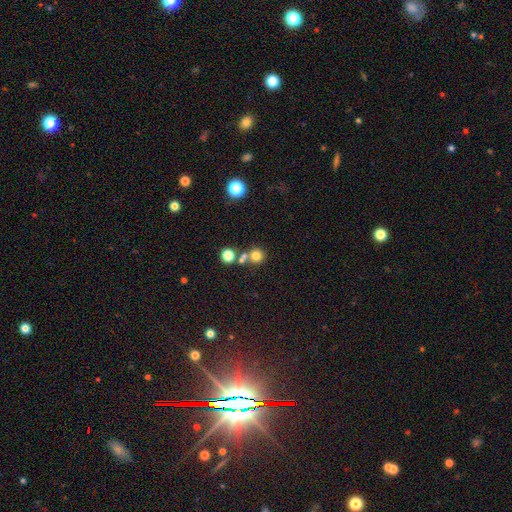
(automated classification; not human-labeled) Smooth or featured: smooth — 77% (star or artifact — 16%)
How rounded: round — 91% (in between — 8%)
Merging: none — 62% (merger — 27%)